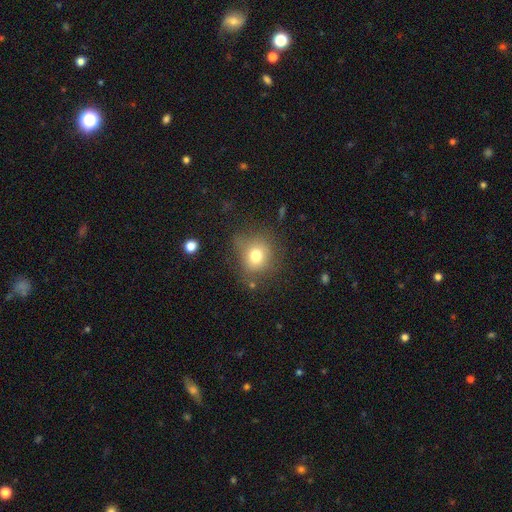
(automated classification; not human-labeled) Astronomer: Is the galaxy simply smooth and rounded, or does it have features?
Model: smooth — 74%.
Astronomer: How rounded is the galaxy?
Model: round — 78%.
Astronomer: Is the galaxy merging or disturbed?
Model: none — 63%.